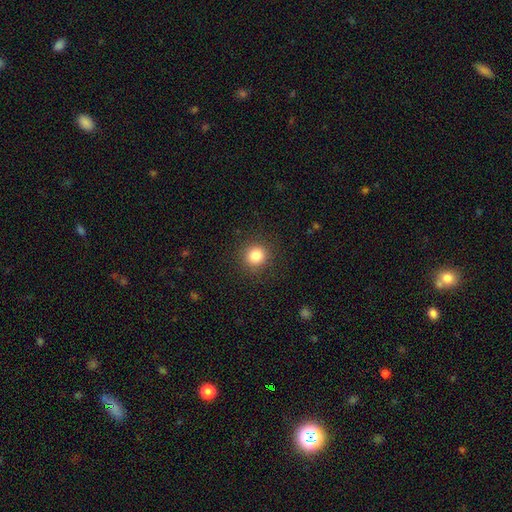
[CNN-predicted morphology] Smooth or featured?
  - smooth: 83% *
  - star or artifact: 12%
  - featured or disk: 6%
How rounded?
  - round: 93% *
  - in between: 6%
  - cigar-shaped: 1%
Merging?
  - none: 90% *
  - minor disturbance: 6%
  - major disturbance: 3%
  - merger: 1%